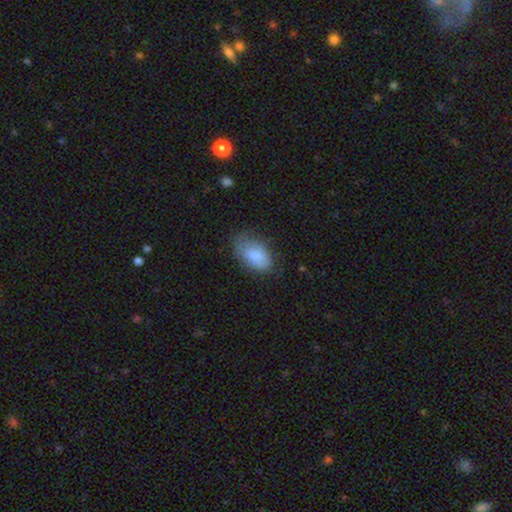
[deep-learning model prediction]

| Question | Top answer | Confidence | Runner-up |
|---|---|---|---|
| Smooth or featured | smooth | 82% | featured or disk (12%) |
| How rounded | in between | 92% | round (6%) |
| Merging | none | 60% | minor disturbance (28%) |